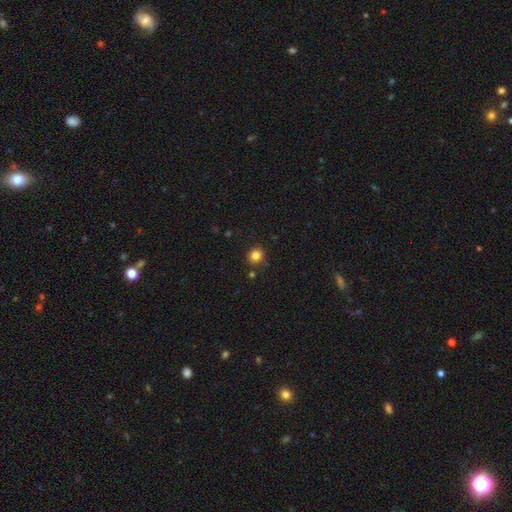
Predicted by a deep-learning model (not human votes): Q: Smooth or featured?
A: smooth (83%); runner-up: star or artifact (13%)
Q: How rounded?
A: round (92%); runner-up: in between (7%)
Q: Merging?
A: none (85%); runner-up: minor disturbance (9%)